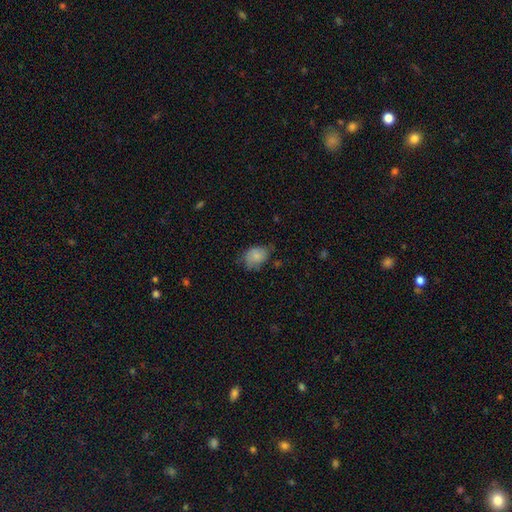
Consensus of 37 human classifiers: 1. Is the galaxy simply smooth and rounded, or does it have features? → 89% smooth, 5% featured or disk, 5% star or artifact.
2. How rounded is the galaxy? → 67% in between, 33% round, 0% cigar-shaped.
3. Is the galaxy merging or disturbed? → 57% none, 31% minor disturbance, 11% major disturbance, 0% merger.